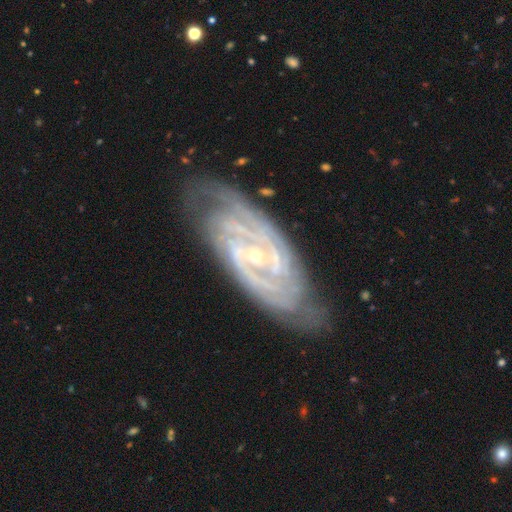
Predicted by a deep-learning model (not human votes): Smooth or featured? Predicted: featured or disk (p=0.90). Edge-on disk? Predicted: no (p=0.93). Bar? Predicted: no (p=0.42). Spiral arms? Predicted: yes (p=0.98). Spiral winding? Predicted: tight (p=0.69). Spiral arm count? Predicted: 2 (p=0.33). Bulge size? Predicted: small (p=0.74). Merging? Predicted: none (p=0.77).